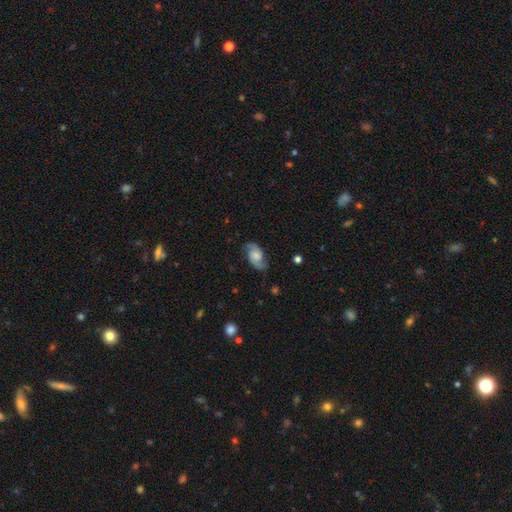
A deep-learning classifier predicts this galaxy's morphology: smooth-or-featured: featured or disk: 76% | smooth: 18% | star or artifact: 7%
  disk-edge-on: no: 97% | yes: 3%
    bar: no: 56% | weak: 37% | strong: 7%
    has-spiral-arms: yes: 95% | no: 5%
      spiral-winding: medium: 46% | loose: 37% | tight: 16%
      spiral-arm-count: 2: 92% | can't tell: 3% | 1: 2% | 3: 1% | 4: 1% | more than 4: 1%
    bulge-size: moderate: 36% | small: 23% | none: 21% | large: 18% | dominant: 3%
  merging: none: 79% | minor disturbance: 15% | major disturbance: 5% | merger: 1%